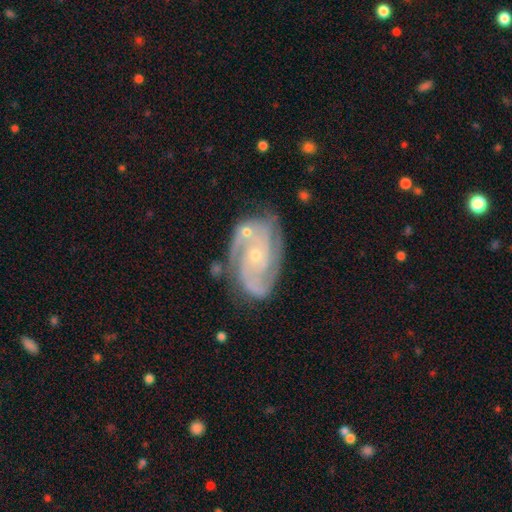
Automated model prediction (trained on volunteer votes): Morphology: type=featured or disk (88%); edge-on=no (97%); bar=no (71%); spiral arms=yes (97%); winding=tight (59%); arm count=2 (40%); bulge=small (76%); merging=none (65%).